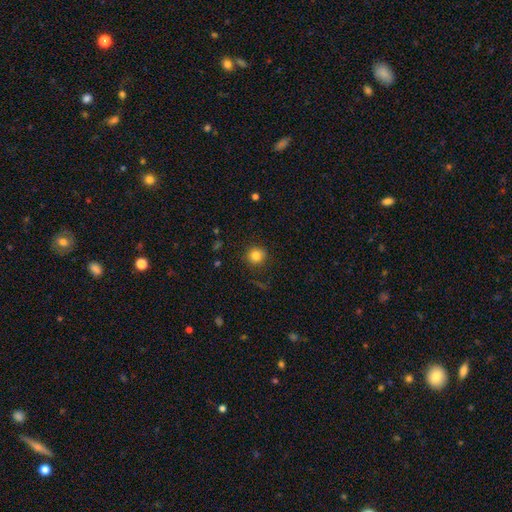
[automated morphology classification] A smooth galaxy with no disk features (83%) that is round (92%). Merging: none (87%).